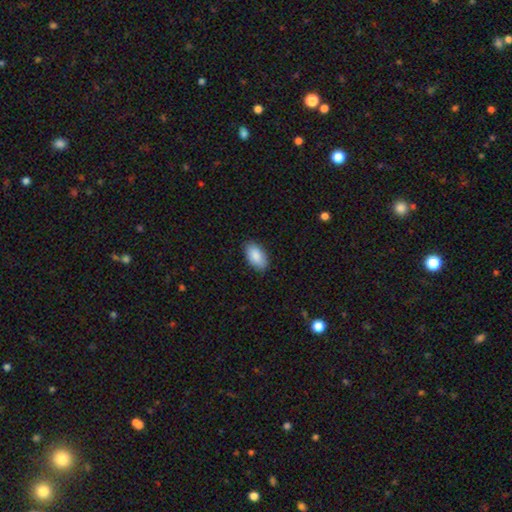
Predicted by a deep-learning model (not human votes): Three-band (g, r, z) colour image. It shows a smooth galaxy with no disk features (88%) that is in between round and cigar-shaped (95%). Merging: none (87%).